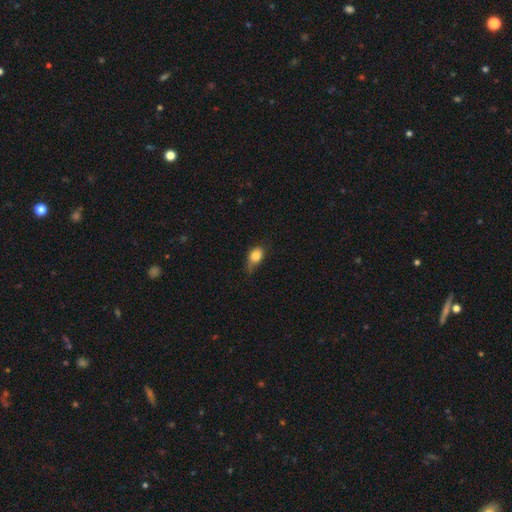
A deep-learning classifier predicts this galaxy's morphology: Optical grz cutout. It shows a smooth galaxy with no disk features (81%) that is in between round and cigar-shaped (72%). Merging: none (44%).